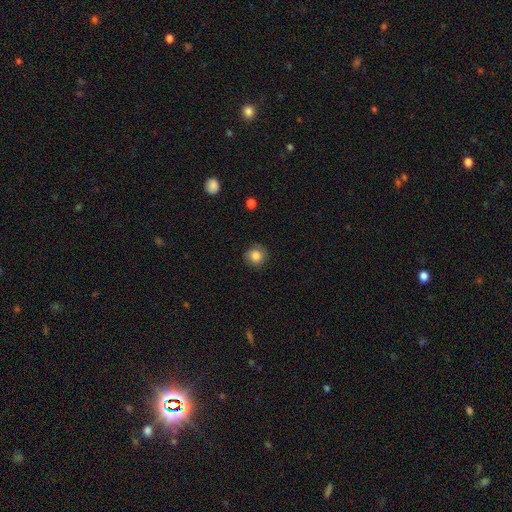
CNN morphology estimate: Smooth or featured: smooth — 83% (star or artifact — 9%)
How rounded: round — 91% (in between — 8%)
Merging: none — 84% (minor disturbance — 12%)